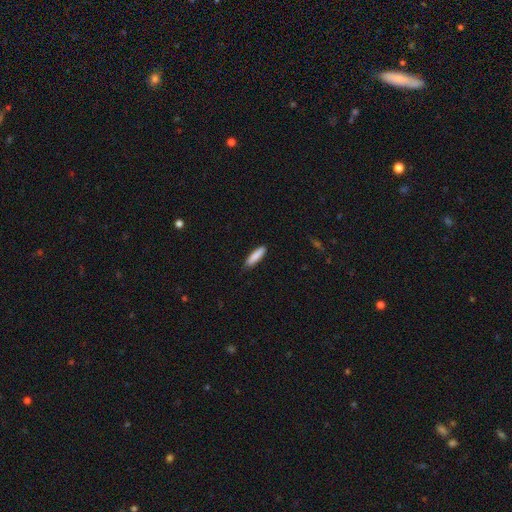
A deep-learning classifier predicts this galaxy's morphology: smooth 88%, featured or disk 7%, star or artifact 6%. Down the decision tree: how rounded — cigar-shaped (72%); merging — none (86%).